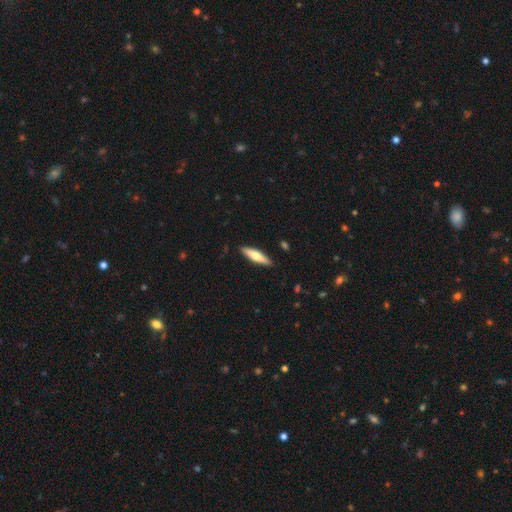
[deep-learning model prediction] smooth-or-featured: smooth: 56% | featured or disk: 39% | star or artifact: 5%
  how-rounded: cigar-shaped: 72% | in between: 26% | round: 2%
  merging: none: 90% | minor disturbance: 8% | major disturbance: 2% | merger: 1%